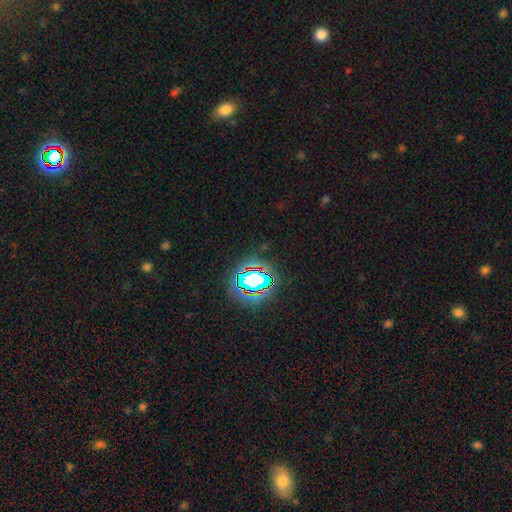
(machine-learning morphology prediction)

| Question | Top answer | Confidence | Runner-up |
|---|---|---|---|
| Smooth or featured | star or artifact | 77% | smooth (14%) |